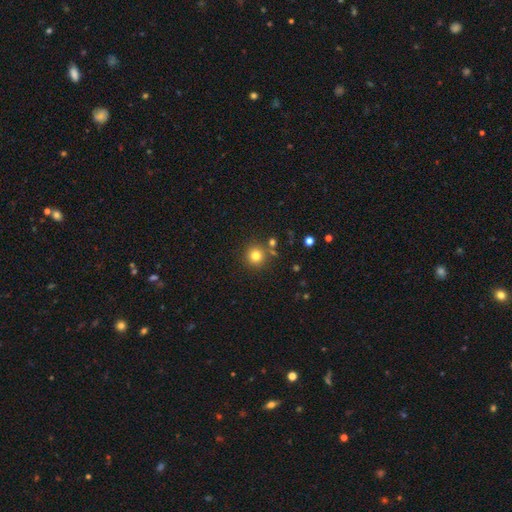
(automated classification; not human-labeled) Morphology: type=smooth (79%); roundness=round (95%); merging=none (83%).